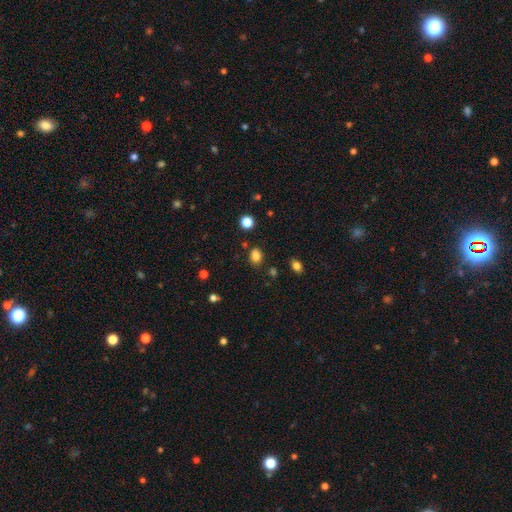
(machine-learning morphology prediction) Q: Smooth or featured?
A: smooth (83%); runner-up: star or artifact (13%)
Q: How rounded?
A: in between (56%); runner-up: round (43%)
Q: Merging?
A: none (79%); runner-up: minor disturbance (13%)